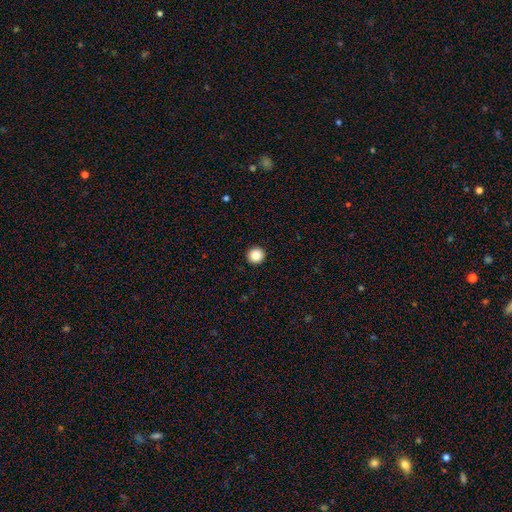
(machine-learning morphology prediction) Q: Smooth or featured?
A: smooth (86%); runner-up: star or artifact (10%)
Q: How rounded?
A: round (96%); runner-up: in between (3%)
Q: Merging?
A: none (94%); runner-up: minor disturbance (4%)